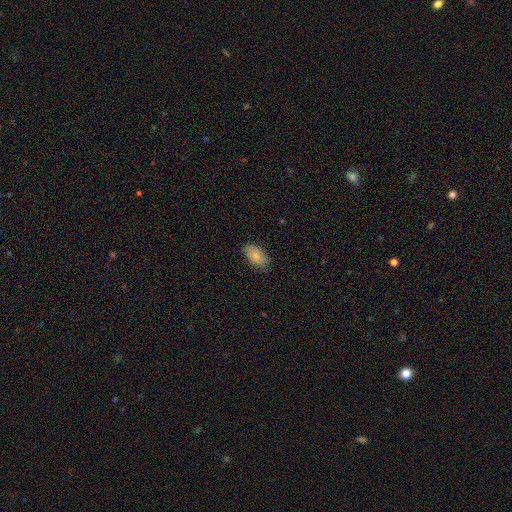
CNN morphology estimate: Overall: smooth (78%). How rounded: in between (93%). Merging: none (81%).